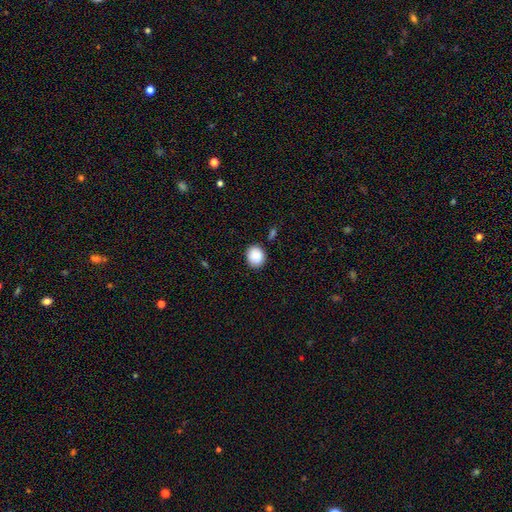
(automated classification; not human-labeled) Morphology: type=smooth (87%); roundness=round (75%); merging=none (85%).